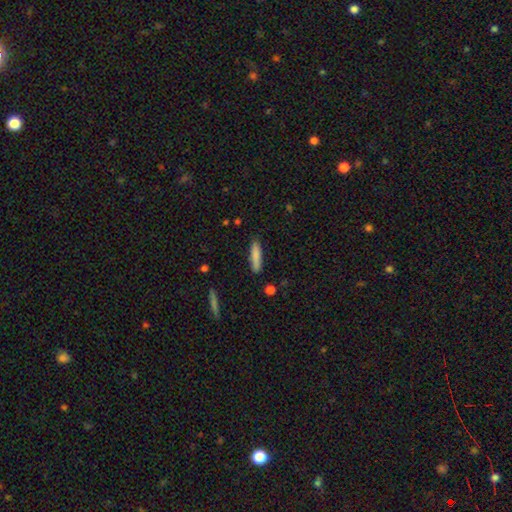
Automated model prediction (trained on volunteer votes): Smooth or featured?
  - smooth: 83% *
  - featured or disk: 11%
  - star or artifact: 6%
How rounded?
  - cigar-shaped: 81% *
  - in between: 18%
  - round: 1%
Merging?
  - none: 84% *
  - minor disturbance: 12%
  - major disturbance: 2%
  - merger: 2%